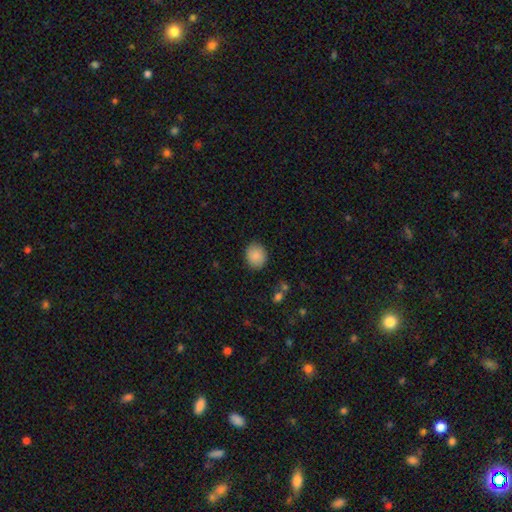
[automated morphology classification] Smooth or featured: smooth — 88% (star or artifact — 8%)
How rounded: round — 68% (in between — 31%)
Merging: none — 87% (minor disturbance — 9%)